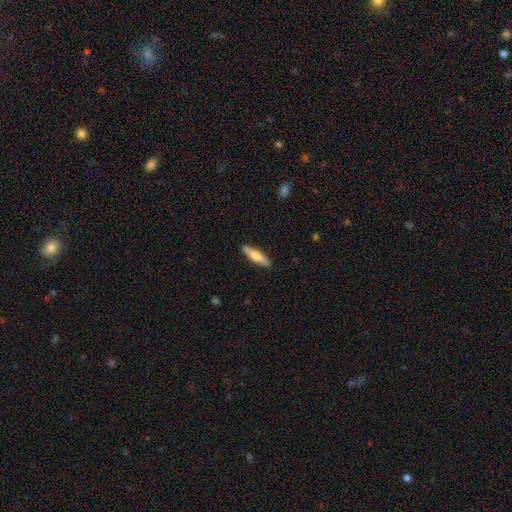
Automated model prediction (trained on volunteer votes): A smooth galaxy with no disk features (60%) that is cigar-shaped (76%). Merging: none (89%).